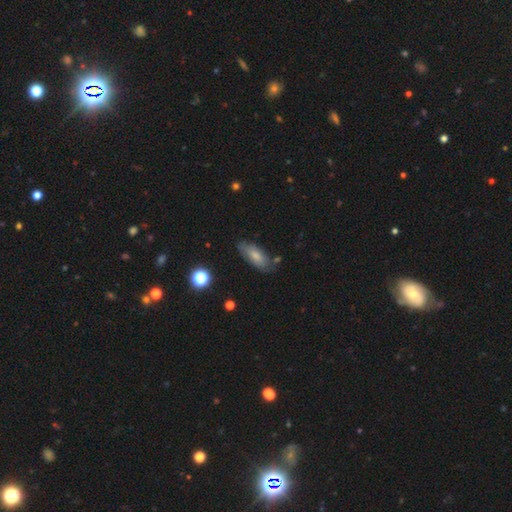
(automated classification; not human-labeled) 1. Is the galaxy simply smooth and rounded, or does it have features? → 71% smooth, 22% featured or disk, 7% star or artifact.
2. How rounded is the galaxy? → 77% in between, 20% cigar-shaped, 2% round.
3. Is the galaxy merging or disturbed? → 71% none, 20% minor disturbance, 5% major disturbance, 4% merger.